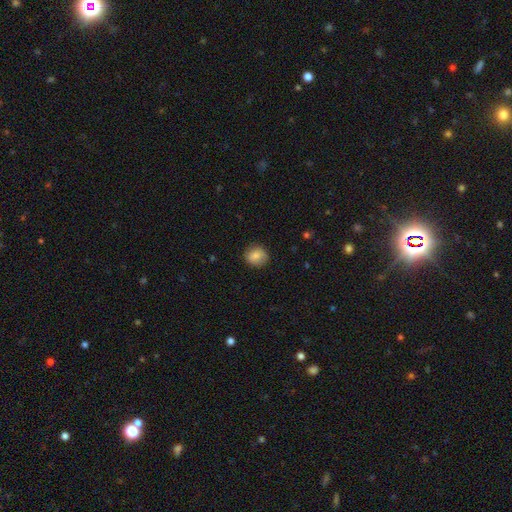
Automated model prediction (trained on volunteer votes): A smooth galaxy with no disk features (83%) that is round (80%).

Vote fractions:
- Smooth or featured? smooth: 83% / featured or disk: 9% / star or artifact: 8%
- How rounded? round: 80% / in between: 19% / cigar-shaped: 1%
- Merging? none: 86% / minor disturbance: 10% / major disturbance: 3% / merger: 1%